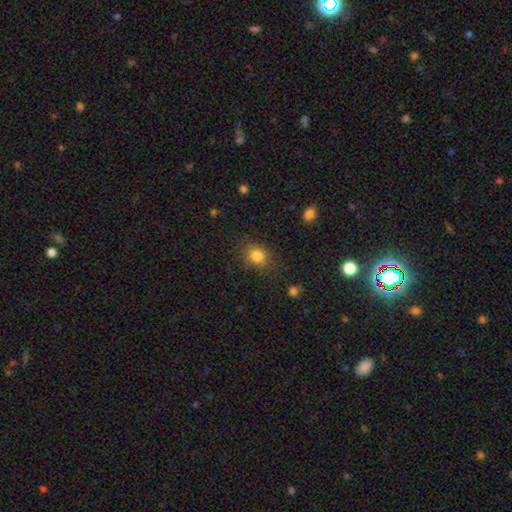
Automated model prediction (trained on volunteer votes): Q: Smooth or featured?
A: smooth (83%); runner-up: star or artifact (11%)
Q: How rounded?
A: round (70%); runner-up: in between (29%)
Q: Merging?
A: none (83%); runner-up: minor disturbance (12%)